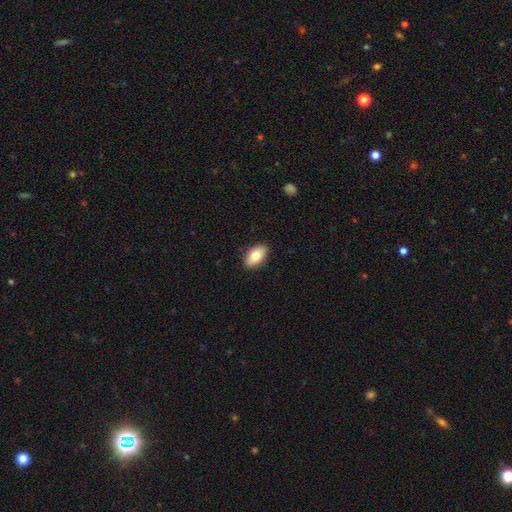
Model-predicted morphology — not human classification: Smooth or featured?
  - smooth: 79% *
  - featured or disk: 14%
  - star or artifact: 7%
How rounded?
  - in between: 93% *
  - round: 5%
  - cigar-shaped: 2%
Merging?
  - none: 89% *
  - minor disturbance: 8%
  - major disturbance: 2%
  - merger: 1%